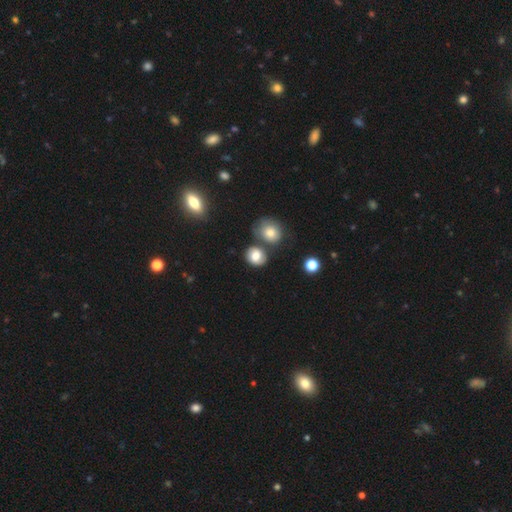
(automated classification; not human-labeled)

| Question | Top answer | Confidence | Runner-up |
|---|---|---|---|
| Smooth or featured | smooth | 74% | featured or disk (17%) |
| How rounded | round | 65% | in between (33%) |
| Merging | none | 60% | merger (20%) |